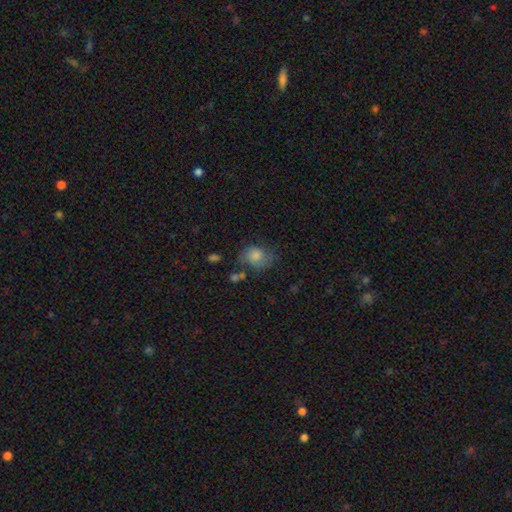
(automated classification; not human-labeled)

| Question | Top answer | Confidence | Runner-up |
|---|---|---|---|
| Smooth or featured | smooth | 71% | featured or disk (17%) |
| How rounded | in between | 51% | round (48%) |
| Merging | none | 57% | minor disturbance (26%) |